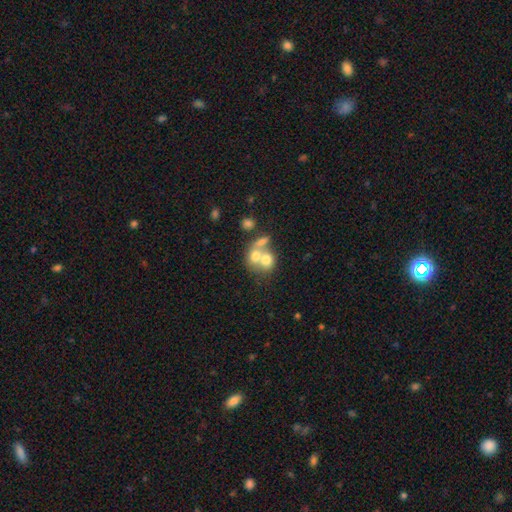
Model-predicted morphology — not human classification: smooth-or-featured: smooth: 62% | featured or disk: 26% | star or artifact: 12%
  how-rounded: round: 64% | in between: 35% | cigar-shaped: 1%
  merging: merger: 65% | none: 23% | minor disturbance: 7% | major disturbance: 6%